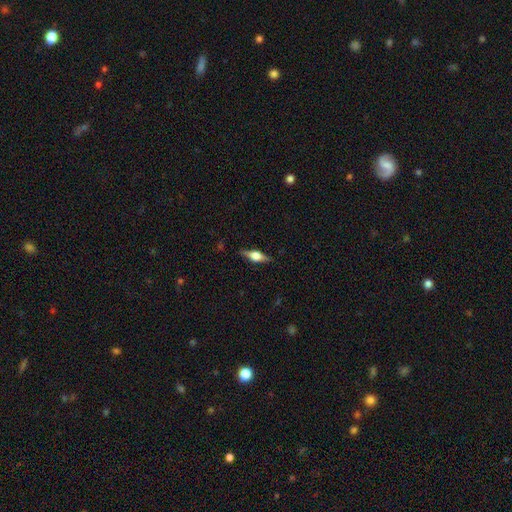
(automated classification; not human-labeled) This appears to be a featured or disk galaxy (66%) viewed edge-on (96%) with a rounded central bulge (91%). Merging: none (86%).